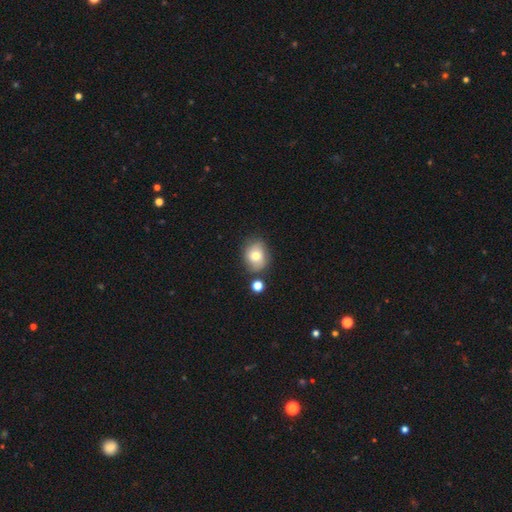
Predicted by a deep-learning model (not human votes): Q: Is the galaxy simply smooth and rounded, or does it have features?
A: smooth — 67%.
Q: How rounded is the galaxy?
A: round — 61%.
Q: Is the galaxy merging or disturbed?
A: none — 68%.